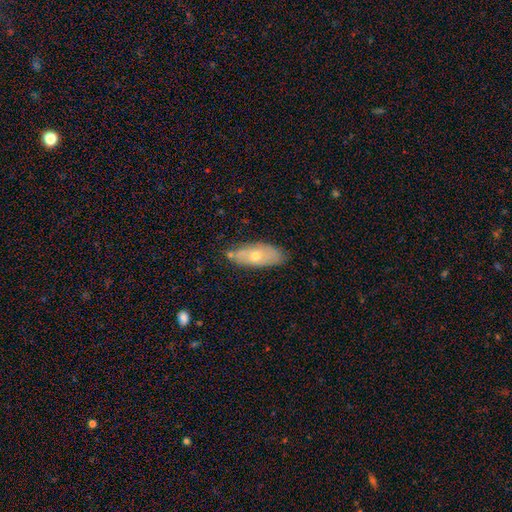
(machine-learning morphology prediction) Smooth or featured: smooth — 53% (featured or disk — 39%)
How rounded: in between — 77% (cigar-shaped — 20%)
Merging: none — 74% (minor disturbance — 19%)